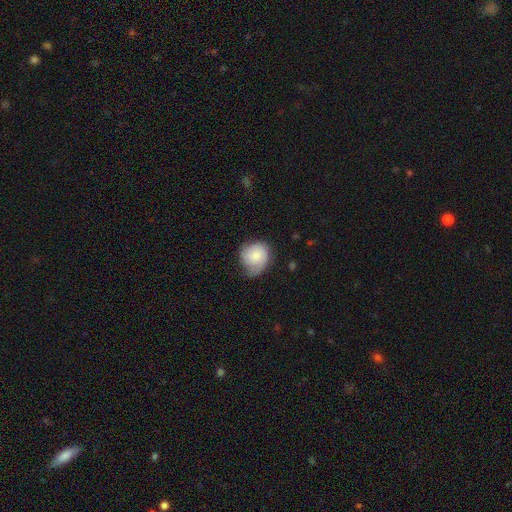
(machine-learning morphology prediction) This is likely a smooth galaxy (72%). How rounded: likely round (73%). Merging: possibly none (47%).